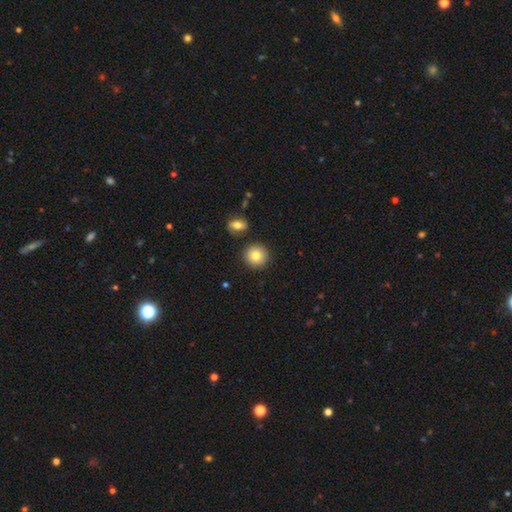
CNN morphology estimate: Overall: smooth (81%). How rounded: round (94%). Merging: none (88%).